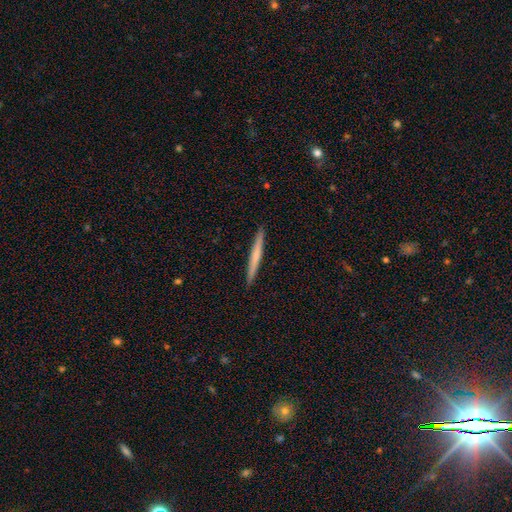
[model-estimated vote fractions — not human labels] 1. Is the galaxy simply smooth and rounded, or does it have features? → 58% smooth, 37% featured or disk, 5% star or artifact.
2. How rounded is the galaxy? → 97% cigar-shaped, 2% in between, 1% round.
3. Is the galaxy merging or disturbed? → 93% none, 5% minor disturbance, 1% major disturbance, 1% merger.